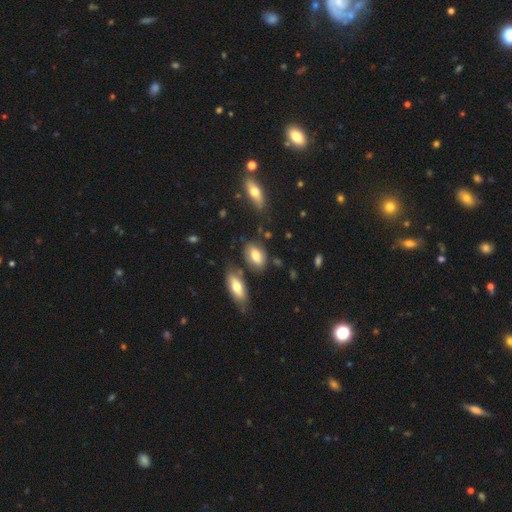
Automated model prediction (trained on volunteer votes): A smooth galaxy with no disk features (75%) that is in between round and cigar-shaped (86%). Merging: none (69%).